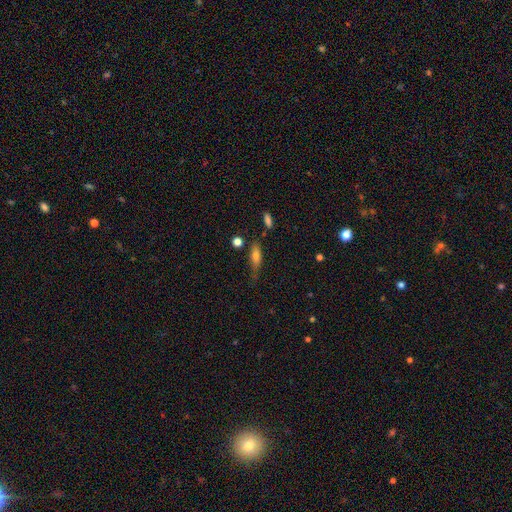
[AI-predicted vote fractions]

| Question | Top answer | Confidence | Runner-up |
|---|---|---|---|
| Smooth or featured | smooth | 67% | featured or disk (24%) |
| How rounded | in between | 53% | cigar-shaped (43%) |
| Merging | none | 60% | minor disturbance (26%) |